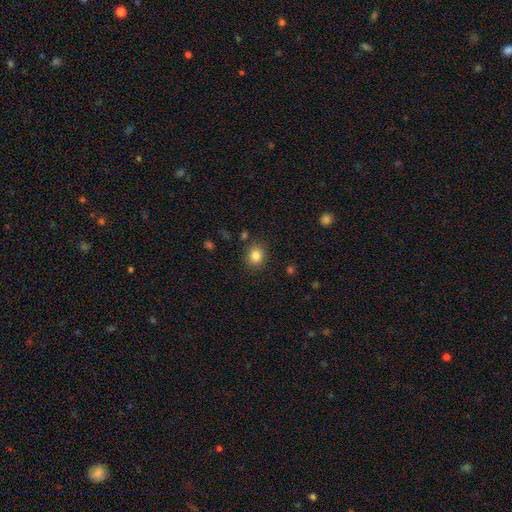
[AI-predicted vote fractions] Smooth or featured: smooth — 84% (star or artifact — 11%)
How rounded: round — 75% (in between — 24%)
Merging: none — 87% (minor disturbance — 9%)